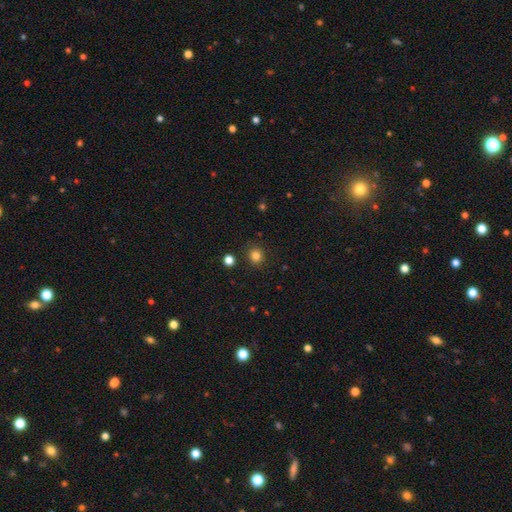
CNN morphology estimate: Smooth or featured? smooth (83%)
How rounded? round (85%)
Merging? none (88%)